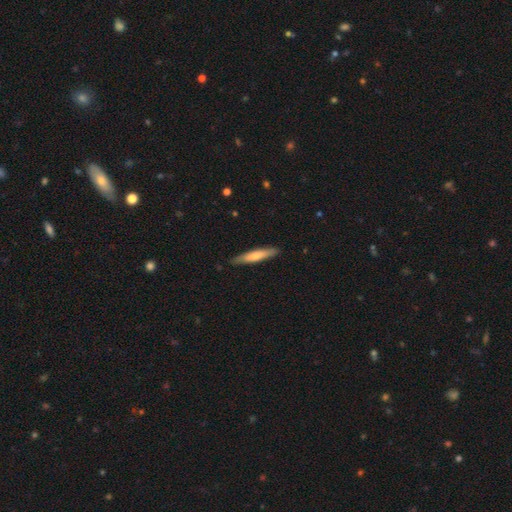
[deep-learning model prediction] Q: Smooth or featured?
A: smooth (68%); runner-up: featured or disk (28%)
Q: How rounded?
A: cigar-shaped (90%); runner-up: in between (9%)
Q: Merging?
A: none (88%); runner-up: minor disturbance (10%)